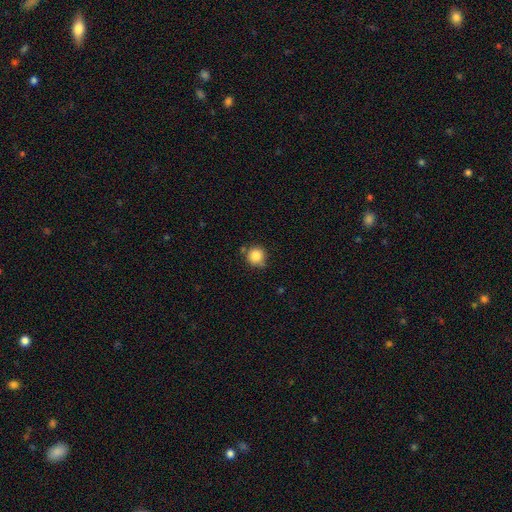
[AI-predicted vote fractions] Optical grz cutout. It shows a smooth galaxy with no disk features (85%) that is round (93%). Merging: none (73%).